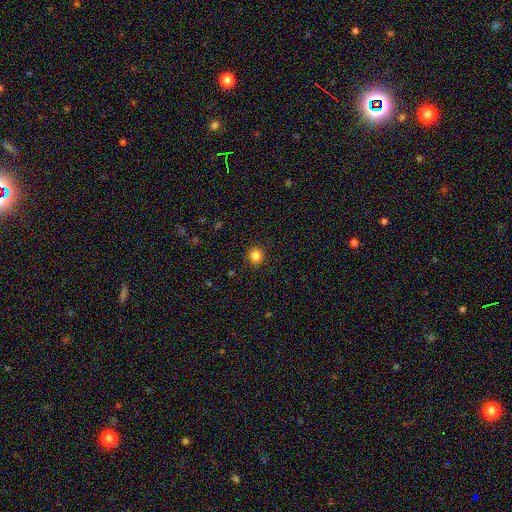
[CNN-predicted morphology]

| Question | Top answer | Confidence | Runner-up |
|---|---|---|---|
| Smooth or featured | smooth | 84% | star or artifact (12%) |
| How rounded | round | 88% | in between (11%) |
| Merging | none | 89% | minor disturbance (8%) |